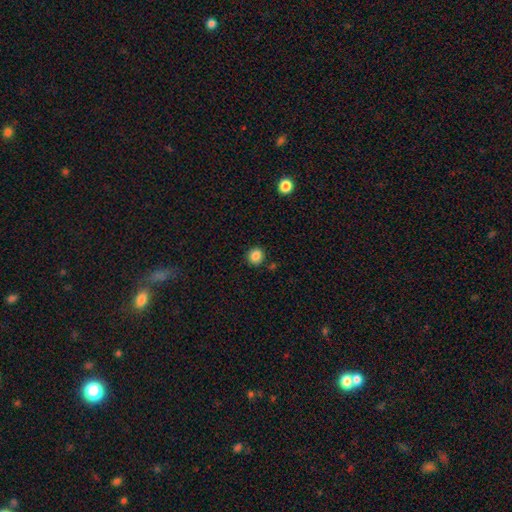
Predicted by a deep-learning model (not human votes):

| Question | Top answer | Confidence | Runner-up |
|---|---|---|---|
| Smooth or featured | smooth | 86% | star or artifact (11%) |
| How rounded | round | 87% | in between (12%) |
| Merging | none | 86% | minor disturbance (8%) |